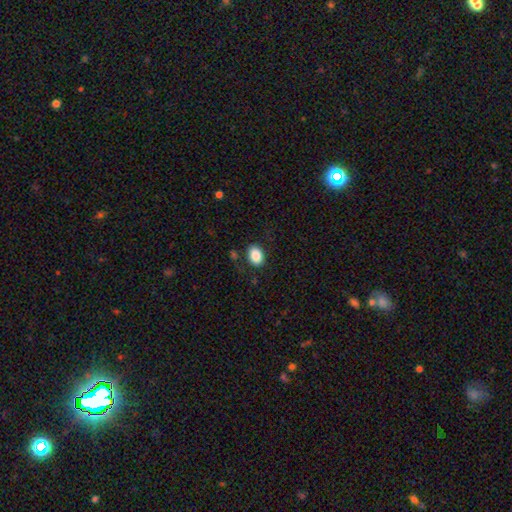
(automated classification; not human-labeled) Smooth or featured? Predicted: smooth (p=0.87). How rounded? Predicted: in between (p=0.75). Merging? Predicted: none (p=0.83).